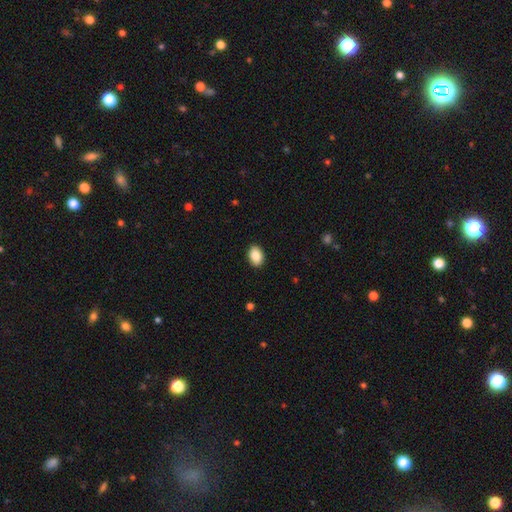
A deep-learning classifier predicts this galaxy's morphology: This is clearly a smooth galaxy (87%). How rounded: clearly in between (81%). Merging: clearly none (90%).